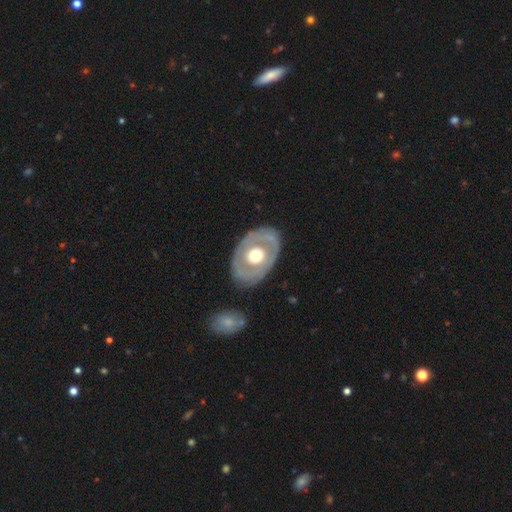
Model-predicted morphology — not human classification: smooth-or-featured: featured or disk: 61% | smooth: 35% | star or artifact: 4%
  disk-edge-on: no: 92% | yes: 8%
    bar: no: 90% | weak: 8% | strong: 3%
    has-spiral-arms: no: 83% | yes: 17%
    bulge-size: moderate: 64% | large: 29% | small: 4% | dominant: 2% | none: 1%
  merging: none: 80% | minor disturbance: 13% | major disturbance: 5% | merger: 2%